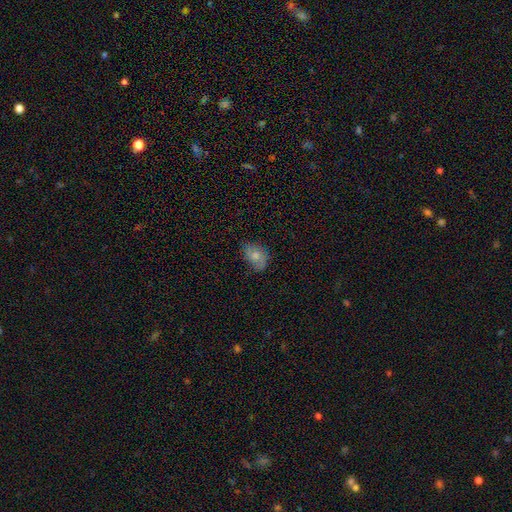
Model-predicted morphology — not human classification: Smooth or featured? Predicted: smooth (p=0.64). How rounded? Predicted: in between (p=0.69). Merging? Predicted: none (p=0.64).